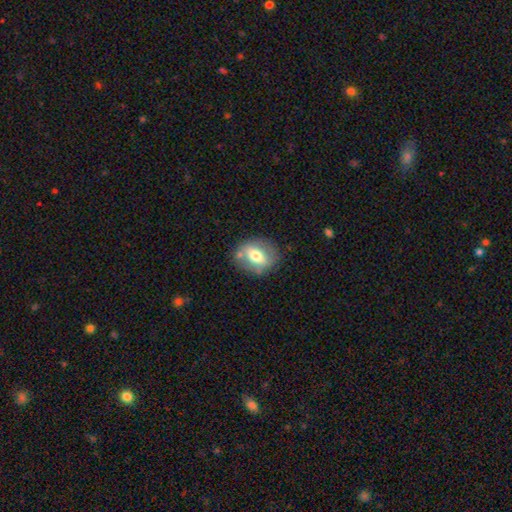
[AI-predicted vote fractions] Smooth or featured? Predicted: smooth (p=0.56). How rounded? Predicted: in between (p=0.60). Merging? Predicted: none (p=0.73).